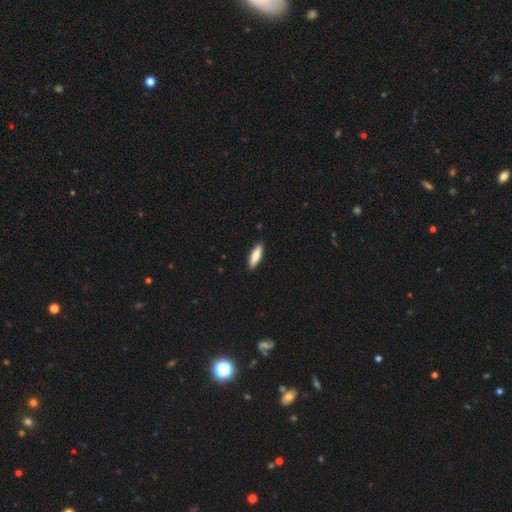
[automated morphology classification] This is clearly a smooth galaxy (84%). How rounded: possibly cigar-shaped (55%). Merging: clearly none (90%).